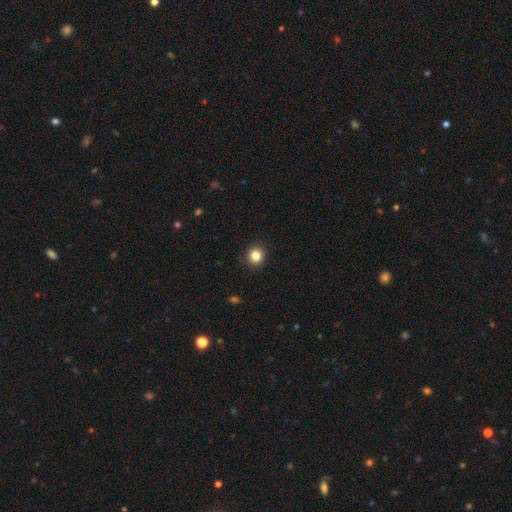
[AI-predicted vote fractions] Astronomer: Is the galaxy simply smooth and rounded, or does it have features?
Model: smooth — 84%.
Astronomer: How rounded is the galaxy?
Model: round — 85%.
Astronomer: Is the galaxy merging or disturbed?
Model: none — 90%.